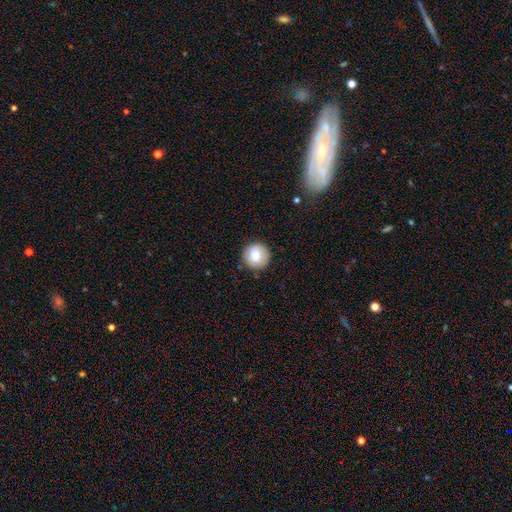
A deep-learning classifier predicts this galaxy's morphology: This is clearly a smooth galaxy (83%). How rounded: clearly round (96%). Merging: clearly none (89%).